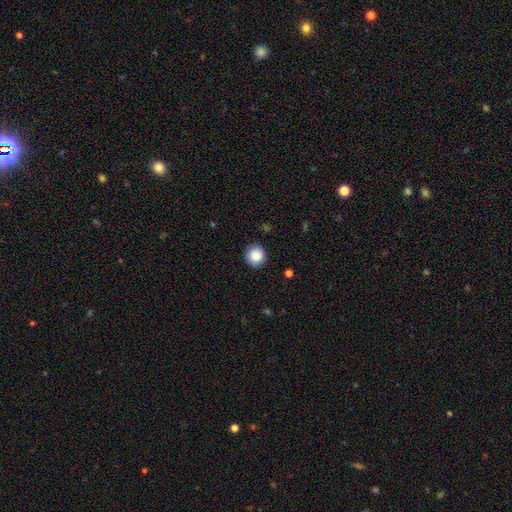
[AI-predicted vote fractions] Smooth or featured? smooth (88%)
How rounded? round (88%)
Merging? none (87%)